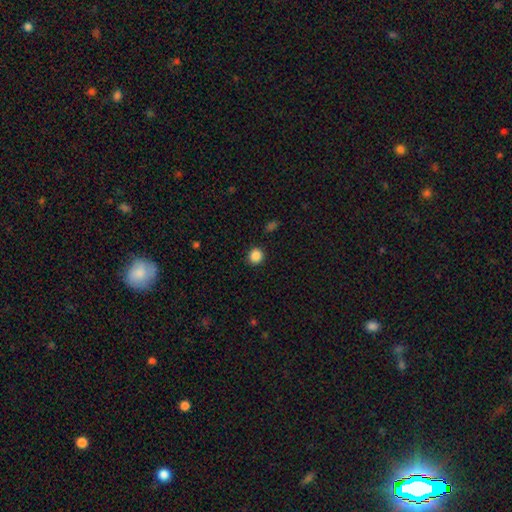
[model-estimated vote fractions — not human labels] Smooth or featured?
  - smooth: 87% *
  - star or artifact: 10%
  - featured or disk: 3%
How rounded?
  - round: 89% *
  - in between: 10%
  - cigar-shaped: 1%
Merging?
  - none: 91% *
  - minor disturbance: 6%
  - major disturbance: 2%
  - merger: 1%